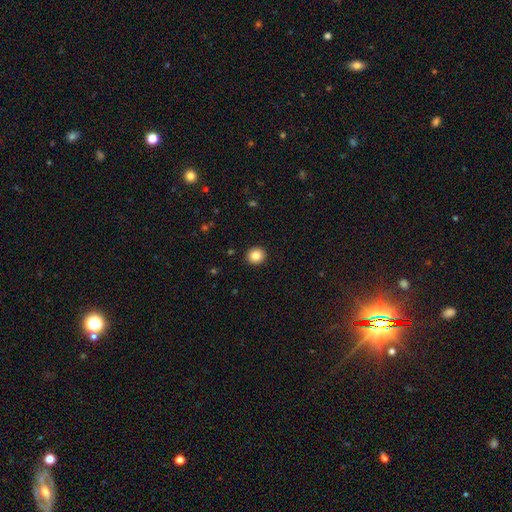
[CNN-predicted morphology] A smooth galaxy with no disk features (84%) that is round (90%). Merging: none (93%).